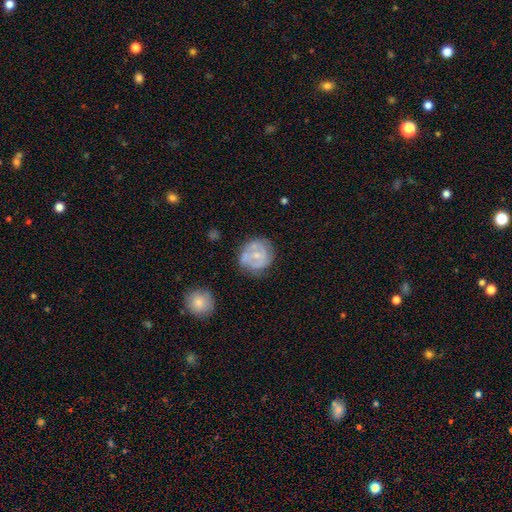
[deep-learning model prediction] Smooth or featured: featured or disk — 58% (smooth — 36%)
Edge-on disk: no — 98% (yes — 2%)
Bar: no — 66% (weak — 28%)
Spiral arms: yes — 61% (no — 39%)
Bulge size: small — 59% (moderate — 34%)
Merging: none — 66% (minor disturbance — 22%)